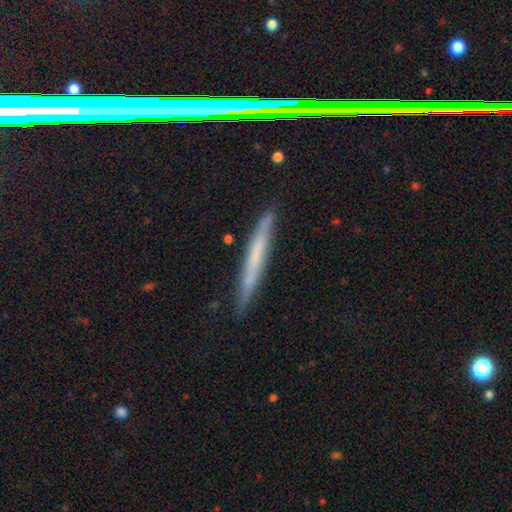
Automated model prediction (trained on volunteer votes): This appears to be a smooth galaxy with no disk features (49%). Merging: none (86%).